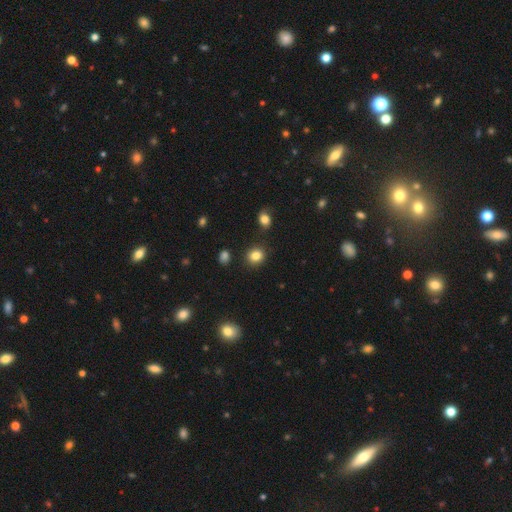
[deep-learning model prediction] smooth 84%, star or artifact 11%, featured or disk 5%. Down the decision tree: how rounded — round (77%); merging — none (86%).